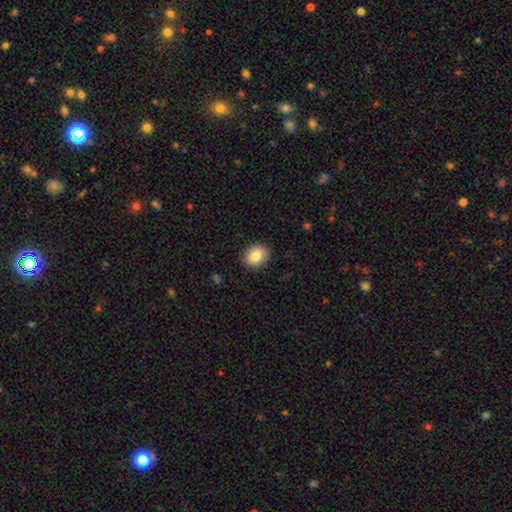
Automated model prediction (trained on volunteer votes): The model was most divided on "how rounded": in between: 55%, round: 44%, cigar-shaped: 1%. More confident: merging — none (88%); smooth or featured — smooth (84%).